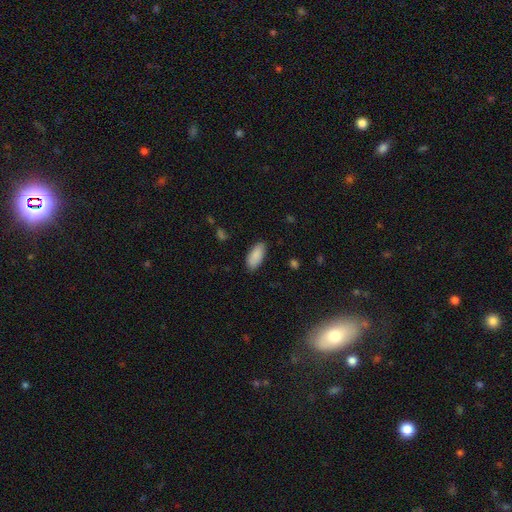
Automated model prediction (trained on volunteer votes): Smooth or featured: smooth — 89% (star or artifact — 6%)
How rounded: in between — 90% (cigar-shaped — 8%)
Merging: none — 87% (minor disturbance — 10%)